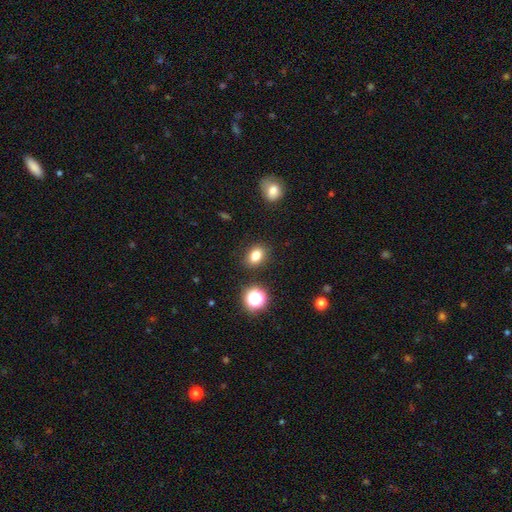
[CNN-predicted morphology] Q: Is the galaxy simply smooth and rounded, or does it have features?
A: smooth — 80%.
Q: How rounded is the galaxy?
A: in between — 64%.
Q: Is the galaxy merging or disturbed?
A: none — 86%.